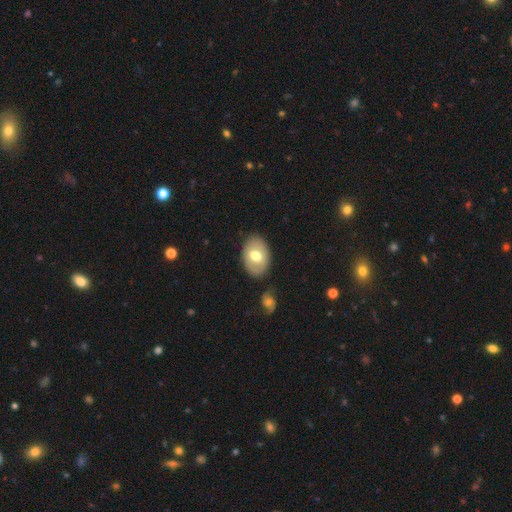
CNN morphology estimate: Smooth or featured: smooth — 63% (featured or disk — 30%)
How rounded: in between — 83% (round — 16%)
Merging: none — 83% (minor disturbance — 11%)